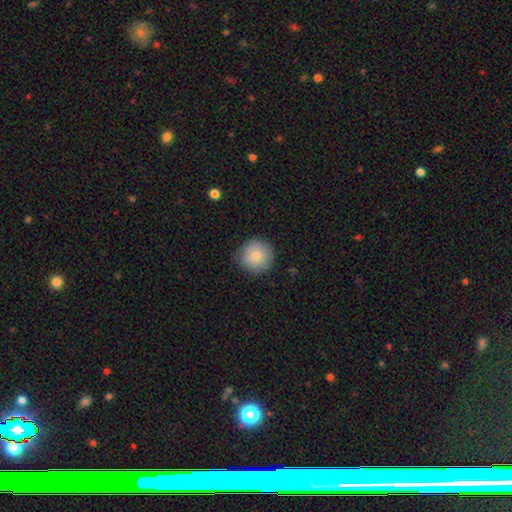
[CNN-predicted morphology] type=smooth (83%); roundness=round (95%); merging=none (83%).